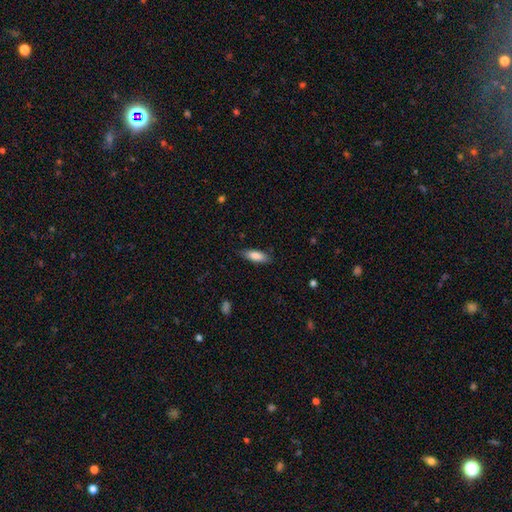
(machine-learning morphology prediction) Smooth or featured? Predicted: smooth (p=0.85). How rounded? Predicted: in between (p=0.66). Merging? Predicted: none (p=0.82).